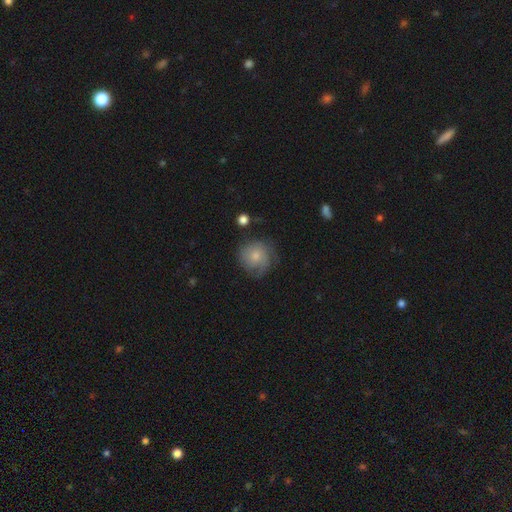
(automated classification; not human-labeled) Q: Smooth or featured?
A: smooth (58%); runner-up: featured or disk (34%)
Q: How rounded?
A: round (89%); runner-up: in between (10%)
Q: Merging?
A: none (65%); runner-up: minor disturbance (23%)